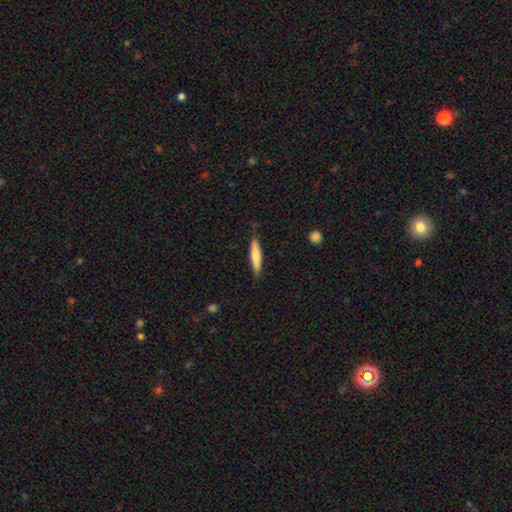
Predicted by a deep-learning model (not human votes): Smooth or featured?
  - smooth: 71% *
  - featured or disk: 24%
  - star or artifact: 5%
How rounded?
  - cigar-shaped: 87% *
  - in between: 11%
  - round: 1%
Merging?
  - none: 81% *
  - minor disturbance: 15%
  - major disturbance: 3%
  - merger: 2%